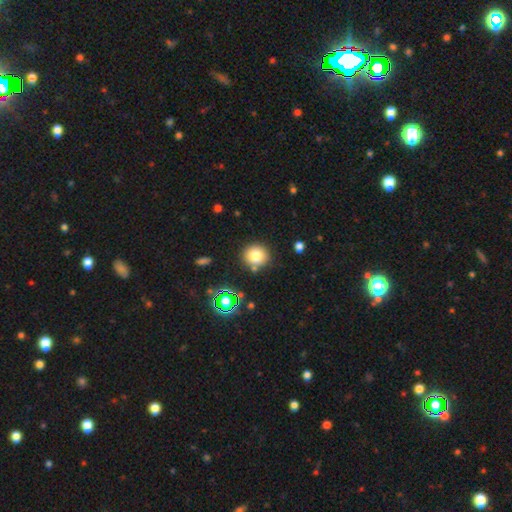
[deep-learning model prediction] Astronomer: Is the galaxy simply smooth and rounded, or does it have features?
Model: smooth — 78%.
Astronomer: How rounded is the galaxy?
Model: round — 88%.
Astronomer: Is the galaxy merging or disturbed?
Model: none — 82%.